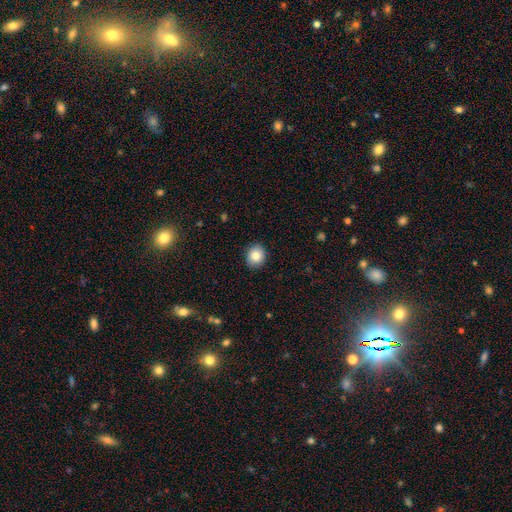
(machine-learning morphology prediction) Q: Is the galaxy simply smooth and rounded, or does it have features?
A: smooth — 82%.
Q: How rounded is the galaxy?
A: round — 69%.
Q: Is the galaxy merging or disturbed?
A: none — 90%.